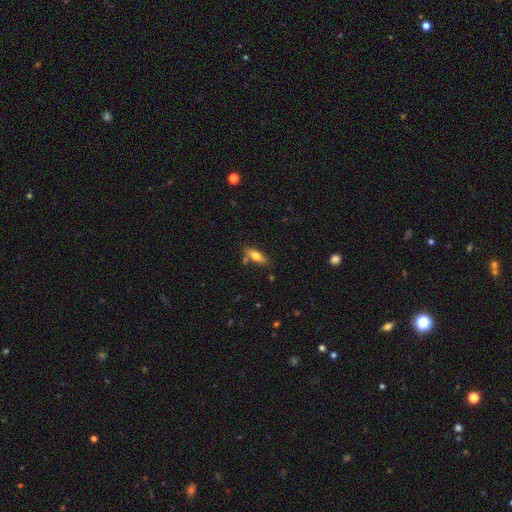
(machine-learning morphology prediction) Smooth or featured: smooth — 71% (featured or disk — 21%)
How rounded: in between — 67% (cigar-shaped — 31%)
Merging: none — 77% (minor disturbance — 14%)